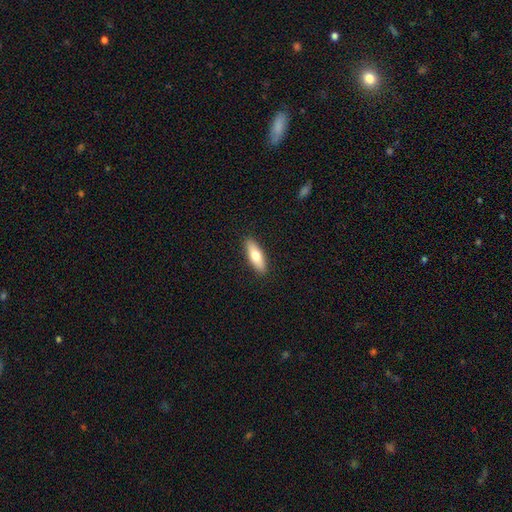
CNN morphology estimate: The model was most divided on "how rounded": in between: 56%, cigar-shaped: 42%, round: 2%. More confident: merging — none (90%); smooth or featured — smooth (69%).